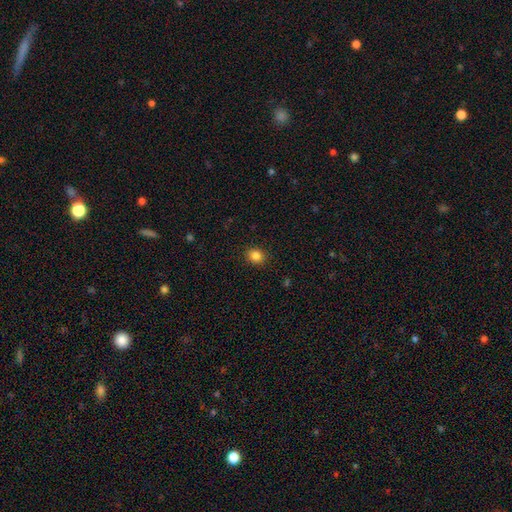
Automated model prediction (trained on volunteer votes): Morphology: type=smooth (85%); roundness=round (67%); merging=none (90%).